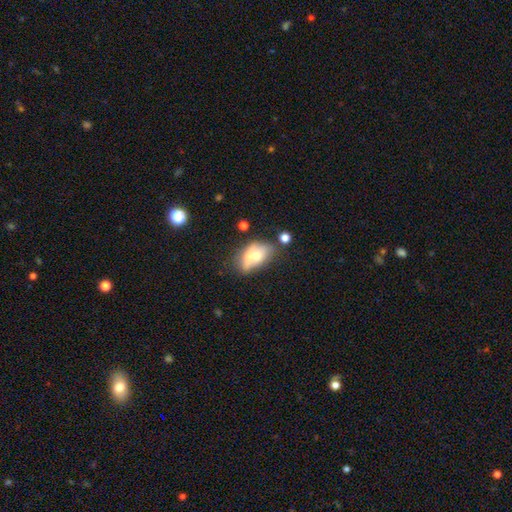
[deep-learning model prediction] Morphology: type=smooth (55%); roundness=in between (79%); merging=merger (42%).